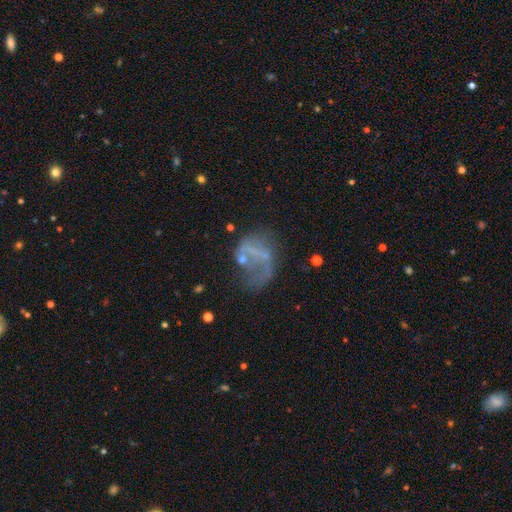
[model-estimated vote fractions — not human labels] smooth_or_featured: featured or disk (p=0.52) [alt: smooth p=0.30]
disk_edge_on: no (p=0.97) [alt: yes p=0.03]
bar: no (p=0.68) [alt: weak p=0.21]
has_spiral_arms: no (p=0.70) [alt: yes p=0.30]
bulge_size: none (p=0.66) [alt: small p=0.26]
merging: major disturbance (p=0.40) [alt: none p=0.34]